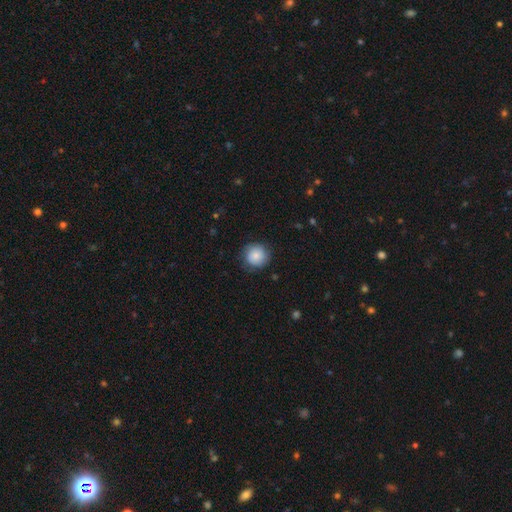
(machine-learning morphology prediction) The model was most divided on "merging": none: 83%, minor disturbance: 13%, major disturbance: 3%, merger: 1%. More confident: how rounded — round (93%); smooth or featured — smooth (83%).